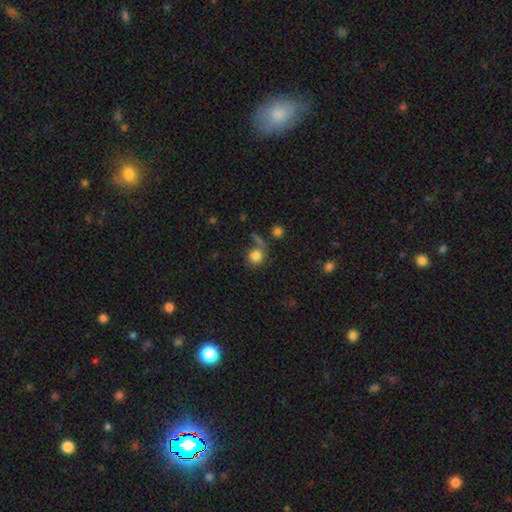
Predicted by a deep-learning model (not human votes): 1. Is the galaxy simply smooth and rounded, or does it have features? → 81% smooth, 11% star or artifact, 9% featured or disk.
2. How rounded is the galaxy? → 81% round, 18% in between, 1% cigar-shaped.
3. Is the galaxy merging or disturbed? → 53% none, 19% merger, 15% minor disturbance, 13% major disturbance.